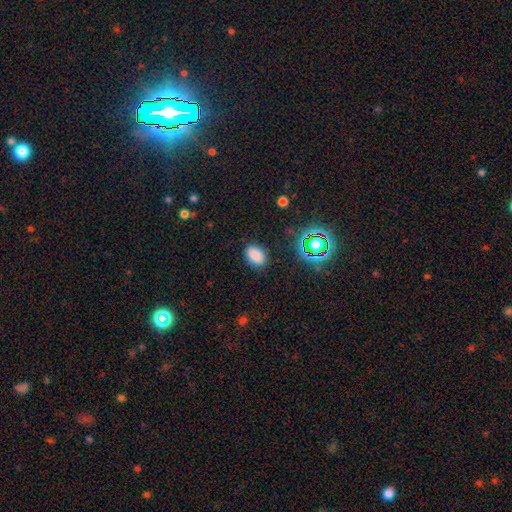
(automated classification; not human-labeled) smooth-or-featured: smooth: 81% | star or artifact: 15% | featured or disk: 5%
  how-rounded: in between: 84% | round: 15% | cigar-shaped: 1%
  merging: none: 83% | minor disturbance: 12% | major disturbance: 4% | merger: 1%